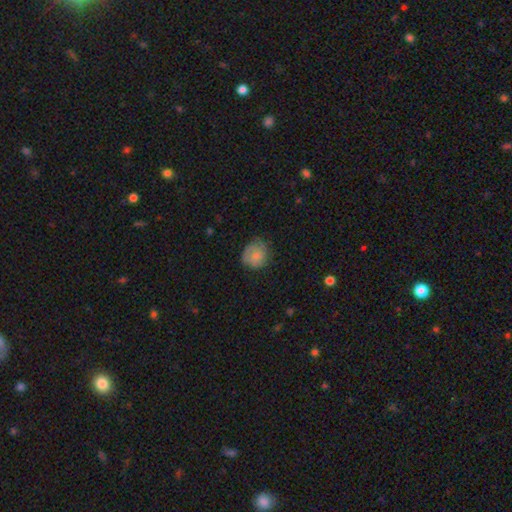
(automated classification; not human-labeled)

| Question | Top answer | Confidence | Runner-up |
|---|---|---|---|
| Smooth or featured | smooth | 64% | featured or disk (28%) |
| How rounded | round | 77% | in between (22%) |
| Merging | none | 64% | minor disturbance (26%) |